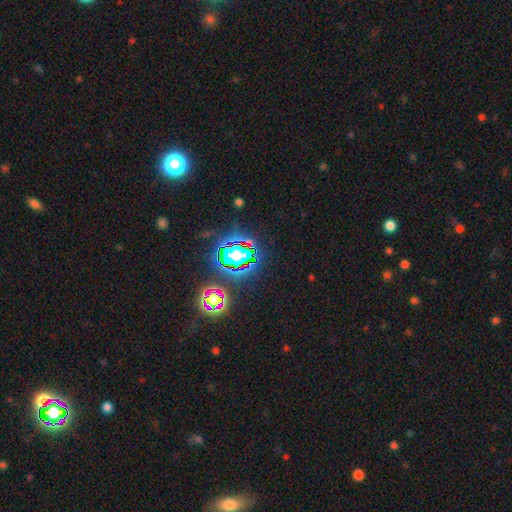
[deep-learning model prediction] A star or artifact, not a galaxy (82%).

Vote fractions:
- Smooth or featured? star or artifact: 82% / smooth: 10% / featured or disk: 7%